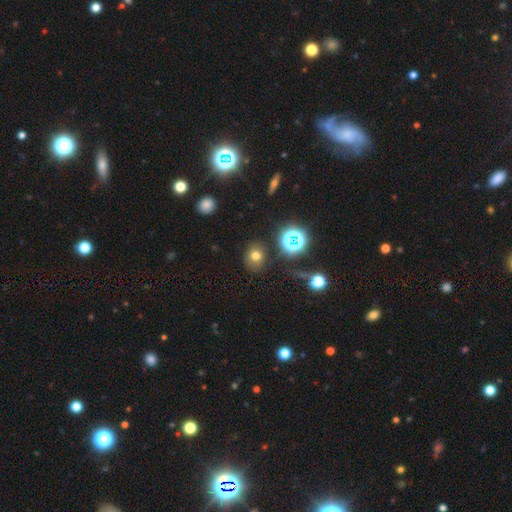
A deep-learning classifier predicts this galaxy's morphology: type=smooth (68%); roundness=round (64%); merging=none (82%).